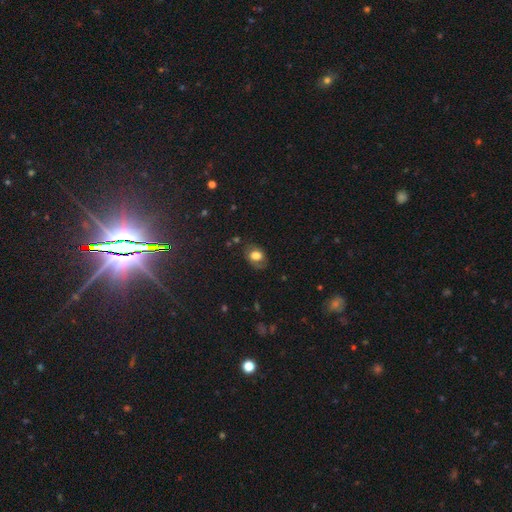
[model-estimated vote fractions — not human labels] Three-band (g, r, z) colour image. It shows a smooth galaxy with no disk features (71%) that is in between round and cigar-shaped (70%). Merging: none (67%).